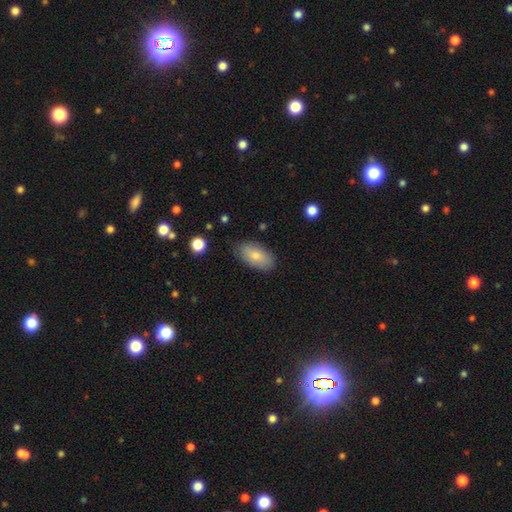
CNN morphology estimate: Smooth or featured? smooth (78%)
How rounded? in between (93%)
Merging? none (80%)